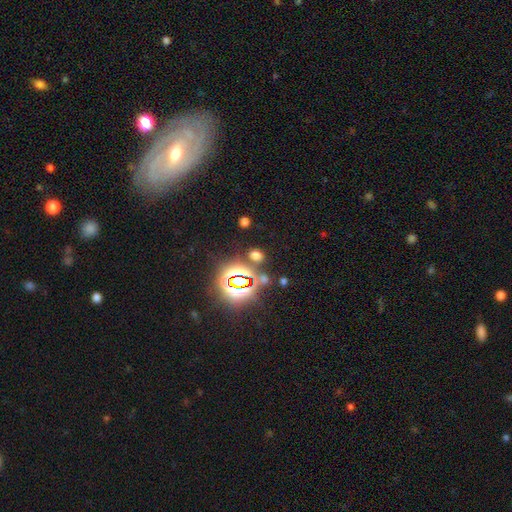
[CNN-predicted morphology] A smooth galaxy with no disk features (53%) that is in between round and cigar-shaped (52%). Merging: none (79%).